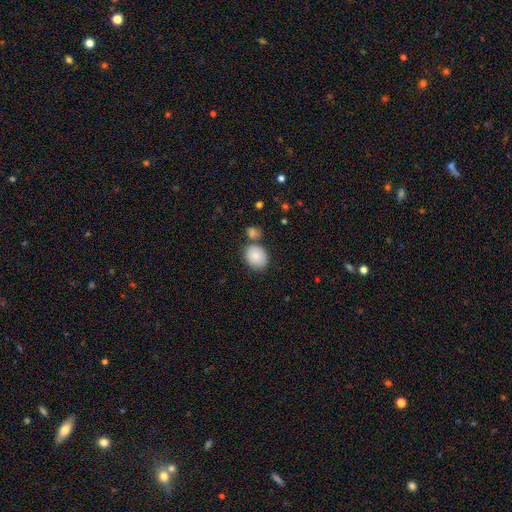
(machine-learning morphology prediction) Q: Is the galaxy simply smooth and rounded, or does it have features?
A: smooth — 82%.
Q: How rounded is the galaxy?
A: in between — 52%.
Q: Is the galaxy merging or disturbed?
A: none — 66%.